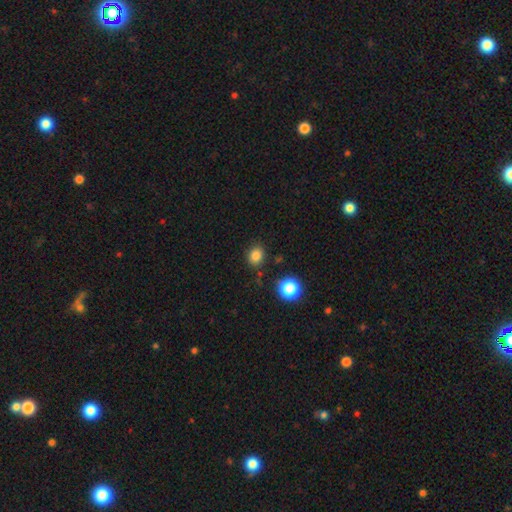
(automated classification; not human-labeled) Smooth or featured? Predicted: smooth (p=0.82). How rounded? Predicted: round (p=0.70). Merging? Predicted: none (p=0.84).